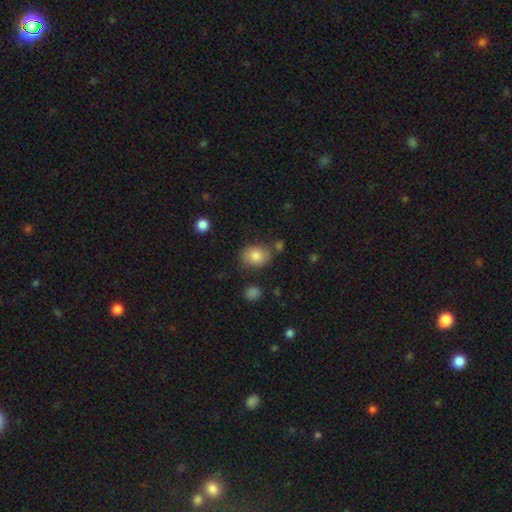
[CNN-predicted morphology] This is clearly a smooth galaxy (83%). How rounded: likely in between (64%). Merging: likely none (73%).